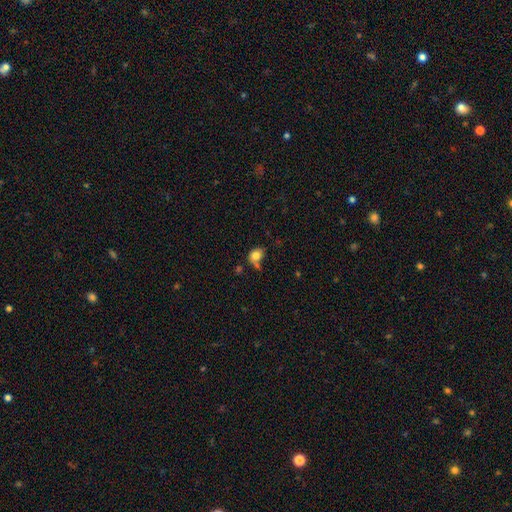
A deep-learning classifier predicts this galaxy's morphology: Smooth or featured?
  - smooth: 79% *
  - featured or disk: 12%
  - star or artifact: 10%
How rounded?
  - in between: 52% *
  - round: 46%
  - cigar-shaped: 1%
Merging?
  - none: 41% *
  - minor disturbance: 25%
  - merger: 17%
  - major disturbance: 17%